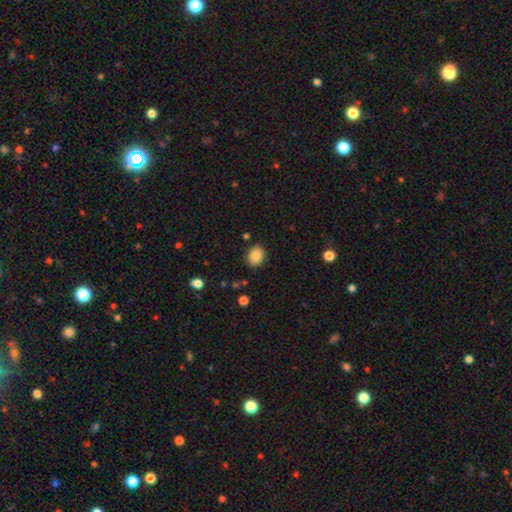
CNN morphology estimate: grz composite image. It shows a smooth galaxy with no disk features (85%) that is in between round and cigar-shaped (57%). Merging: none (86%).